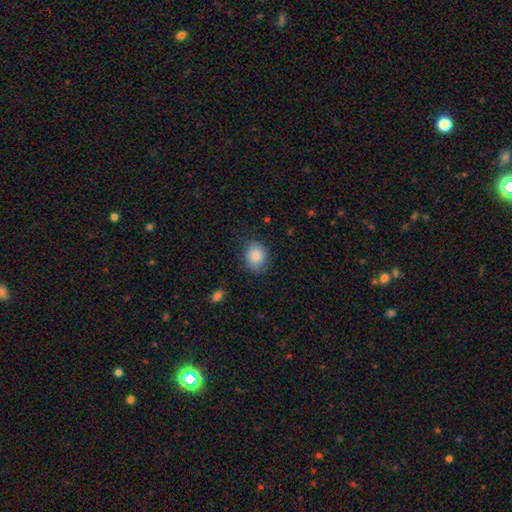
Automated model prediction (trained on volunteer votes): Overall: smooth (86%). How rounded: round (64%; in between 35%). Merging: none (79%).